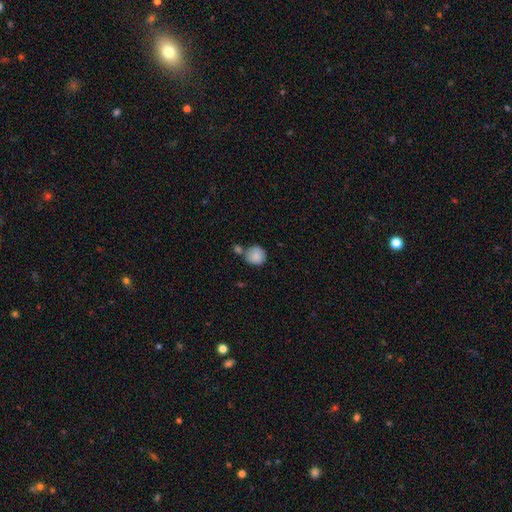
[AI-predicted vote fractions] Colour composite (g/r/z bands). It shows a smooth galaxy with no disk features (85%) that is round (90%). Merging: none (57%).